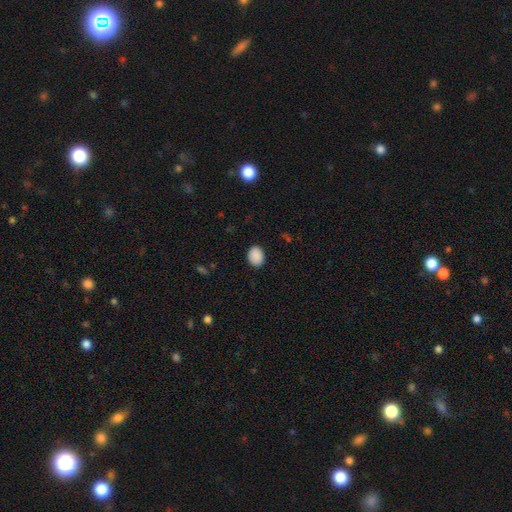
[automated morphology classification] smooth-or-featured: smooth: 90% | star or artifact: 8% | featured or disk: 3%
  how-rounded: in between: 68% | round: 31% | cigar-shaped: 1%
  merging: none: 87% | minor disturbance: 10% | major disturbance: 2% | merger: 1%